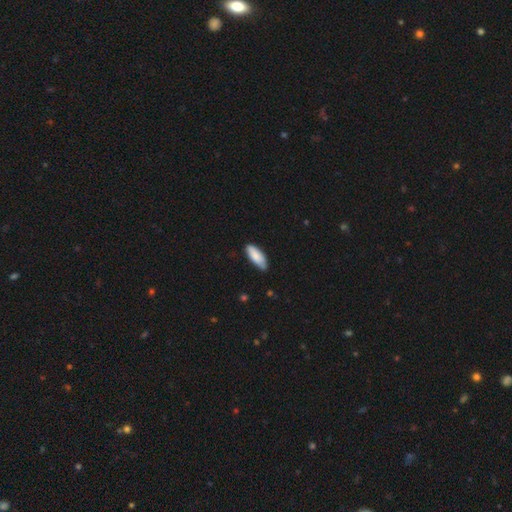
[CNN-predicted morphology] This is clearly a smooth galaxy (84%). How rounded: likely in between (76%). Merging: likely none (76%).